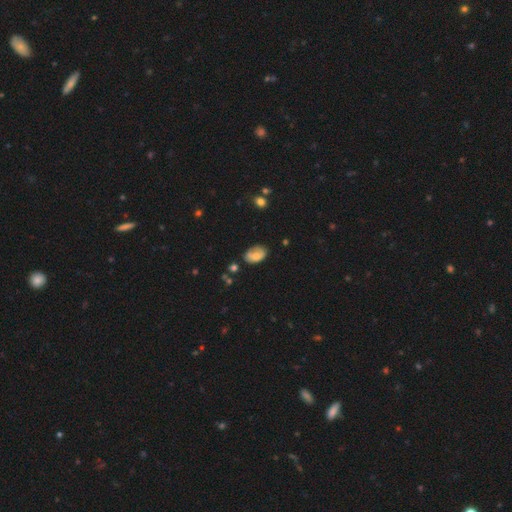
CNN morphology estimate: The model was most divided on "merging": none: 56%, minor disturbance: 31%, major disturbance: 9%, merger: 4%. More confident: how rounded — in between (88%); smooth or featured — smooth (65%).